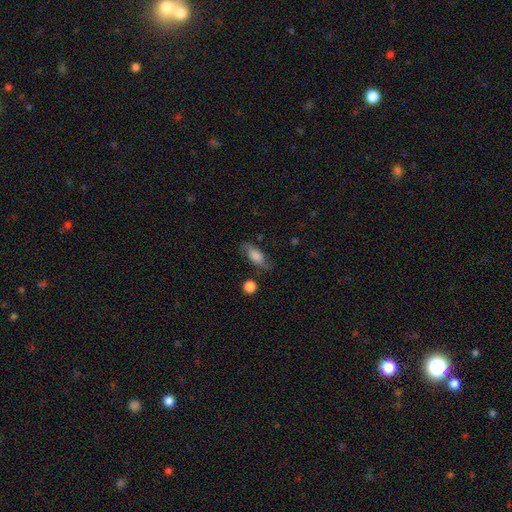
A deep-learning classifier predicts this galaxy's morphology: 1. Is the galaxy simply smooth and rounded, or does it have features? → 64% smooth, 27% featured or disk, 9% star or artifact.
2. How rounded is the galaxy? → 78% in between, 15% cigar-shaped, 7% round.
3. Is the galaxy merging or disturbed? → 66% none, 22% minor disturbance, 9% major disturbance, 3% merger.